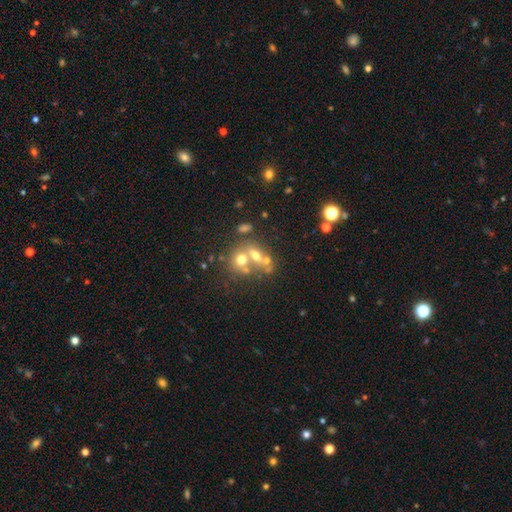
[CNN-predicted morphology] Smooth or featured? smooth (53%)
How rounded? round (53%)
Merging? merger (51%)